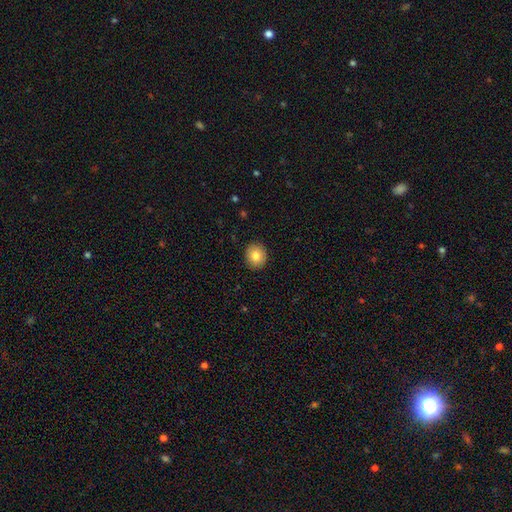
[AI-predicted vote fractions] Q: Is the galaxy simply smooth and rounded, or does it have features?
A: smooth — 82%.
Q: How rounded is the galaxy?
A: round — 80%.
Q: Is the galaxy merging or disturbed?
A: none — 91%.